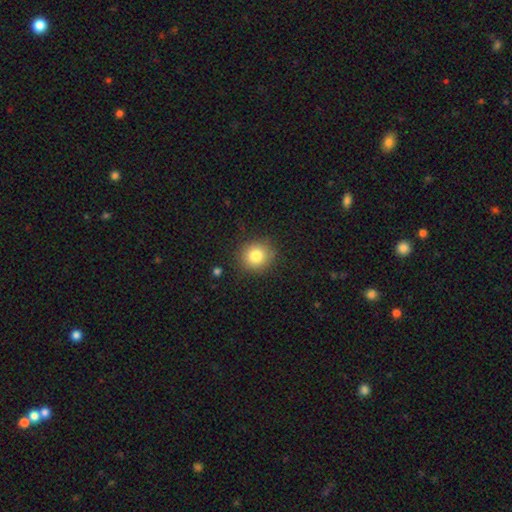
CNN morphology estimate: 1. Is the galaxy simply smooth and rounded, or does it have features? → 82% smooth, 10% star or artifact, 8% featured or disk.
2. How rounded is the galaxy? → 87% round, 12% in between, 1% cigar-shaped.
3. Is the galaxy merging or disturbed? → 86% none, 10% minor disturbance, 3% major disturbance, 1% merger.